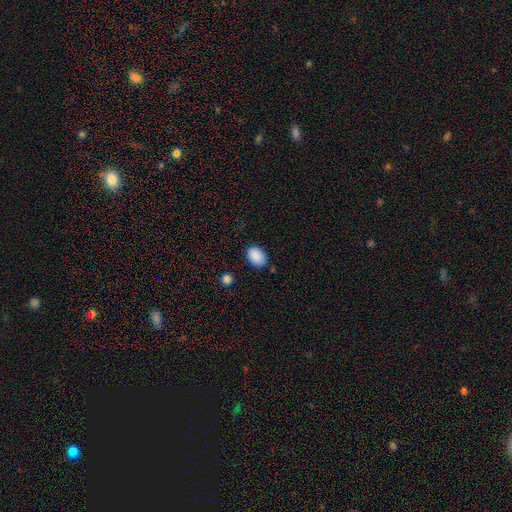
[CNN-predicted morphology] smooth_or_featured: smooth (p=0.89) [alt: star or artifact p=0.07]
how_rounded: in between (p=0.79) [alt: round p=0.21]
merging: none (p=0.83) [alt: minor disturbance p=0.12]